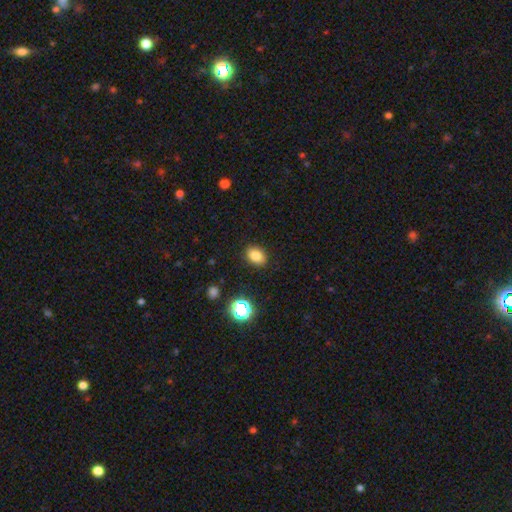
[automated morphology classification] smooth 81%, star or artifact 13%, featured or disk 6%. Down the decision tree: how rounded — in between (67%); merging — none (87%).